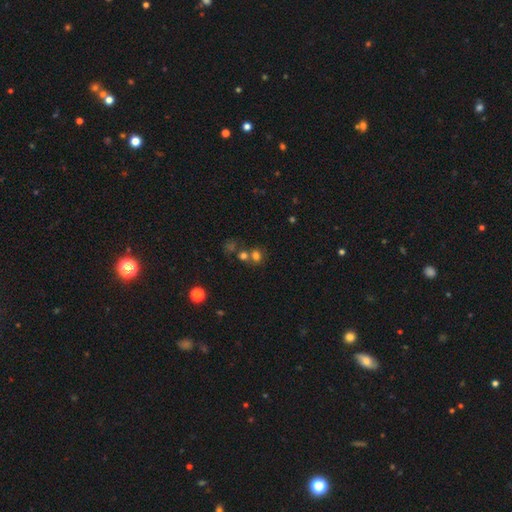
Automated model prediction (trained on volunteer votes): Smooth or featured? smooth (69%)
How rounded? round (68%)
Merging? none (49%)